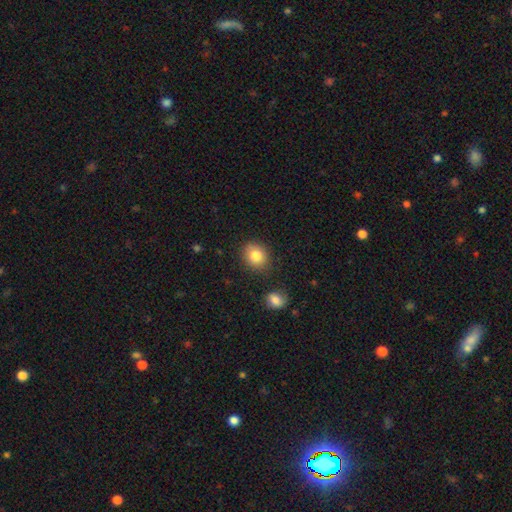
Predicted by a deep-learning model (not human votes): Morphology: type=smooth (82%); roundness=round (68%); merging=none (83%).